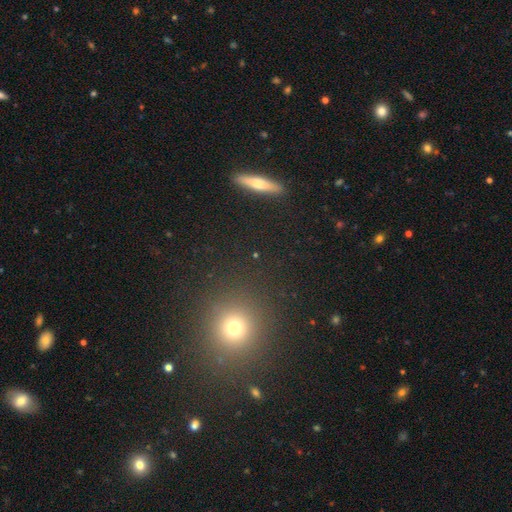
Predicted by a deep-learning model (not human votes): A smooth galaxy with no disk features (51%) that is round (63%). Merging: none (89%).